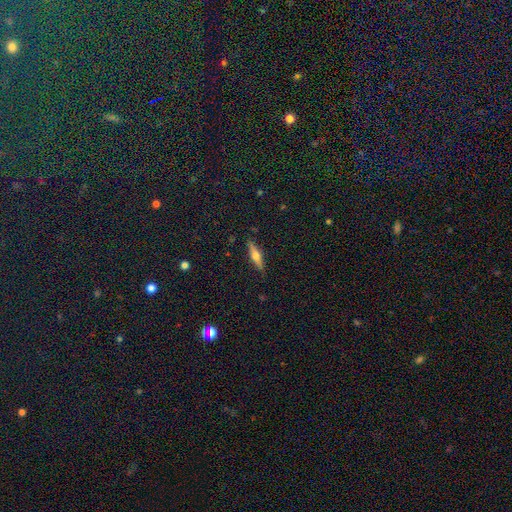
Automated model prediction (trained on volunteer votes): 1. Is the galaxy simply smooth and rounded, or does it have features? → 55% featured or disk, 37% smooth, 7% star or artifact.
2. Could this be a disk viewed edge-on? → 95% yes, 5% no.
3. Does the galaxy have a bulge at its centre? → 91% rounded, 5% none, 4% boxy.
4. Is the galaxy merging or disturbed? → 89% none, 8% minor disturbance, 2% major disturbance, 1% merger.